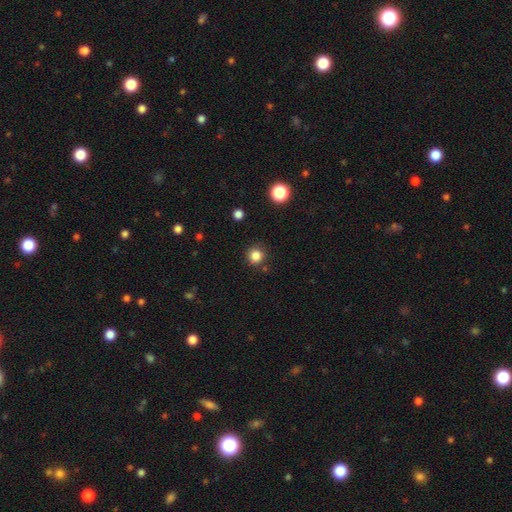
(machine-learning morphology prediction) Smooth or featured? Predicted: smooth (p=0.83). How rounded? Predicted: round (p=0.93). Merging? Predicted: none (p=0.86).